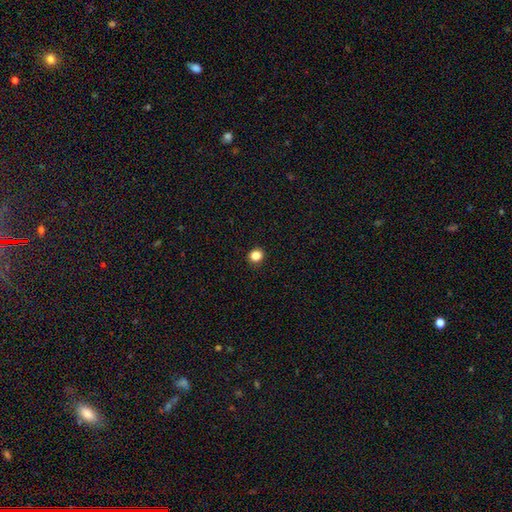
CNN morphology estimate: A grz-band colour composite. It shows a smooth galaxy with no disk features (85%) that is round (87%). Merging: none (93%).